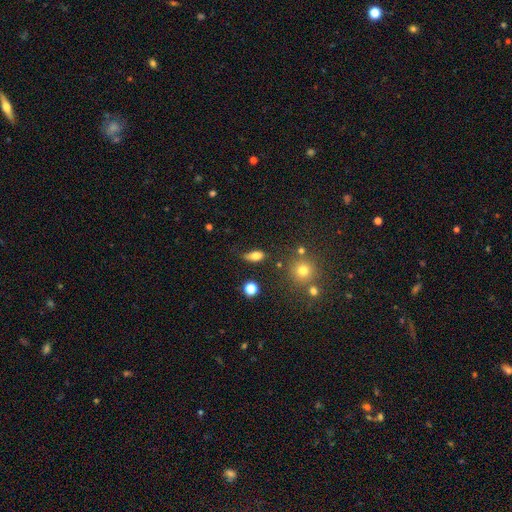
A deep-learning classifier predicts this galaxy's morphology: This is likely a smooth galaxy (77%). How rounded: clearly in between (82%). Merging: likely none (70%).